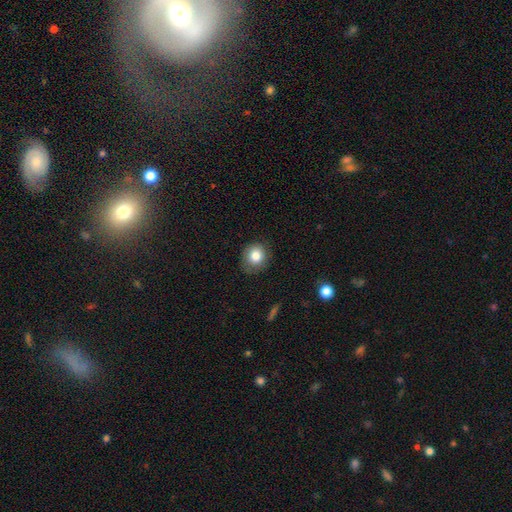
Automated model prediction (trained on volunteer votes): Q: Smooth or featured?
A: smooth (81%); runner-up: star or artifact (9%)
Q: How rounded?
A: round (80%); runner-up: in between (19%)
Q: Merging?
A: none (78%); runner-up: minor disturbance (17%)